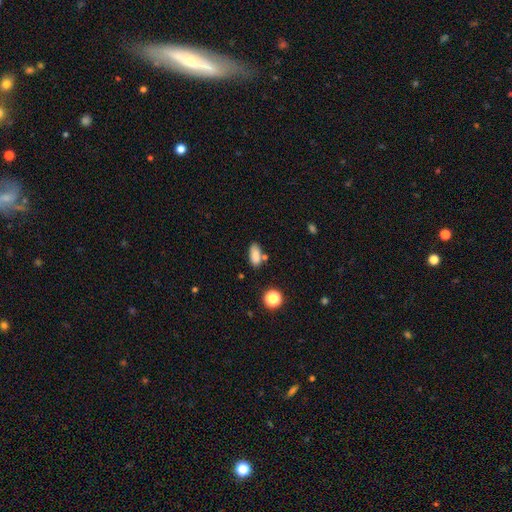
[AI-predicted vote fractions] The model was most divided on "merging": none: 70%, minor disturbance: 15%, merger: 11%, major disturbance: 4%. More confident: how rounded — in between (84%); smooth or featured — smooth (84%).